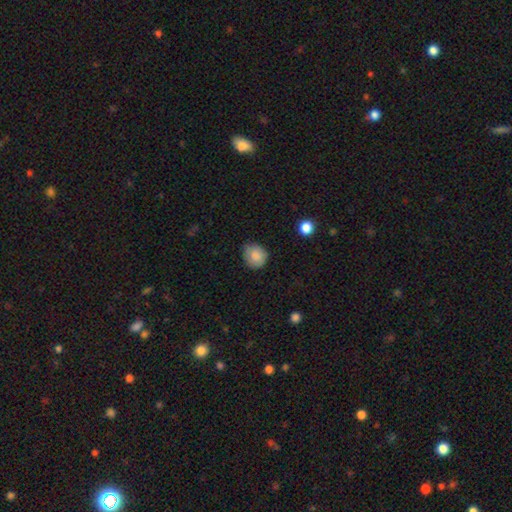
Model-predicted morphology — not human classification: A smooth galaxy with no disk features (85%) that is round (74%). Merging: none (73%).